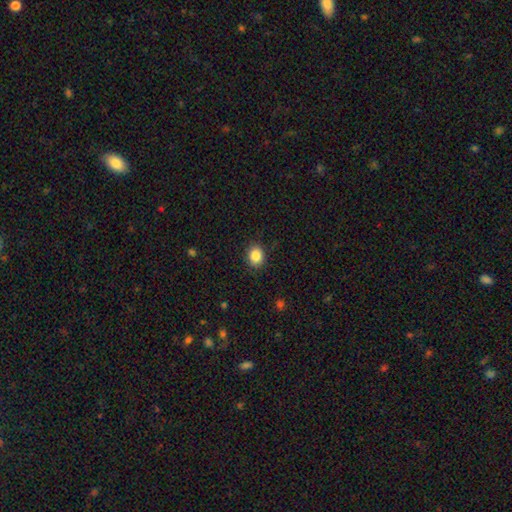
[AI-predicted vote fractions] Q: Smooth or featured?
A: smooth (86%); runner-up: star or artifact (9%)
Q: How rounded?
A: round (63%); runner-up: in between (37%)
Q: Merging?
A: none (88%); runner-up: minor disturbance (8%)